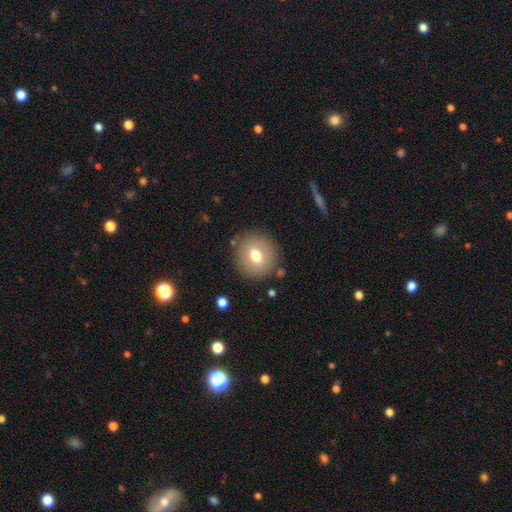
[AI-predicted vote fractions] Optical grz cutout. It shows a smooth galaxy with no disk features (69%) that is round (82%). Merging: none (85%).